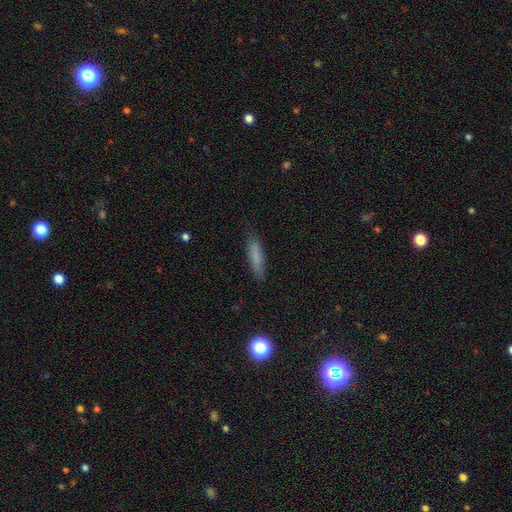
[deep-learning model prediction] This is likely a smooth galaxy (78%). How rounded: likely cigar-shaped (76%). Merging: clearly none (83%).